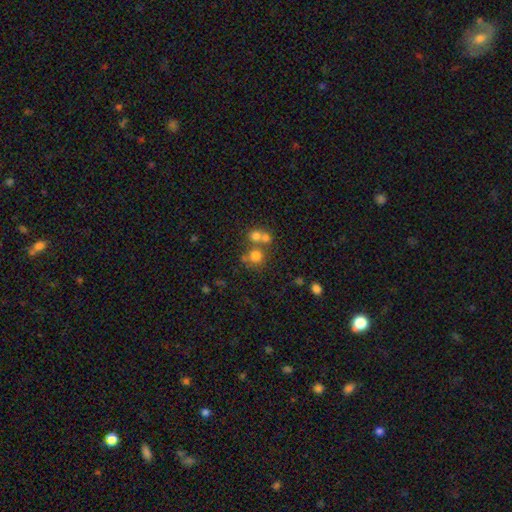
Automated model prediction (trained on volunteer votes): smooth-or-featured: smooth: 70% | star or artifact: 16% | featured or disk: 14%
  how-rounded: round: 87% | in between: 12% | cigar-shaped: 1%
  merging: none: 49% | merger: 39% | minor disturbance: 8% | major disturbance: 4%